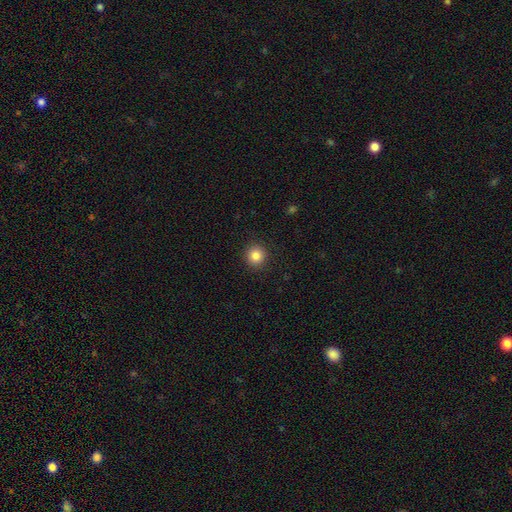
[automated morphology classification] smooth 85%, star or artifact 10%, featured or disk 4%. Down the decision tree: how rounded — round (93%); merging — none (92%).